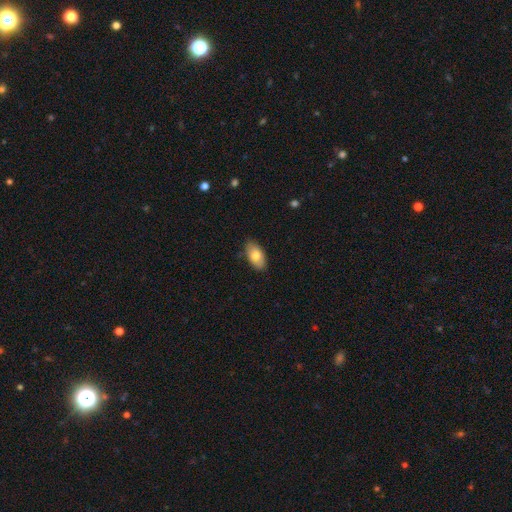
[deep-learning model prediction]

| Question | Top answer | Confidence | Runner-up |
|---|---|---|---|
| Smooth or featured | smooth | 79% | featured or disk (15%) |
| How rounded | in between | 94% | round (4%) |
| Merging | none | 82% | minor disturbance (15%) |